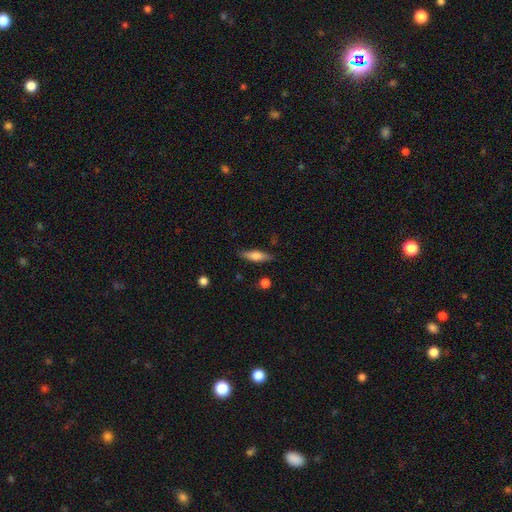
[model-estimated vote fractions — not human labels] smooth_or_featured: smooth (p=0.63) [alt: featured or disk p=0.30]
how_rounded: cigar-shaped (p=0.61) [alt: in between p=0.37]
merging: none (p=0.84) [alt: minor disturbance p=0.12]